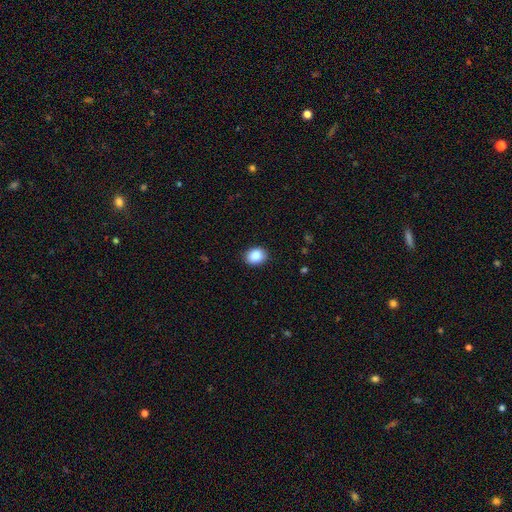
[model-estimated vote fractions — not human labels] Smooth or featured? Predicted: smooth (p=0.88). How rounded? Predicted: in between (p=0.53). Merging? Predicted: none (p=0.89).